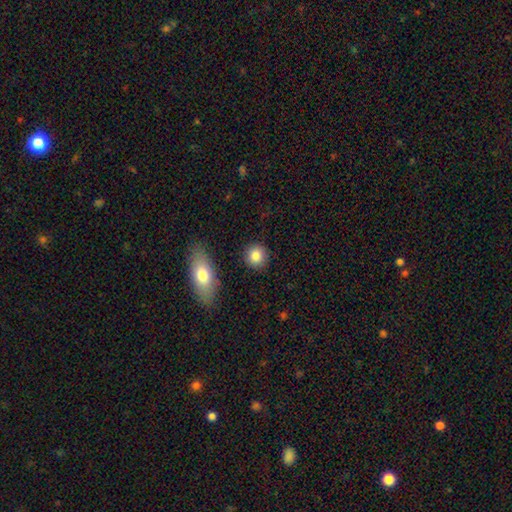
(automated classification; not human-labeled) Morphology: type=smooth (85%); roundness=round (88%); merging=none (88%).